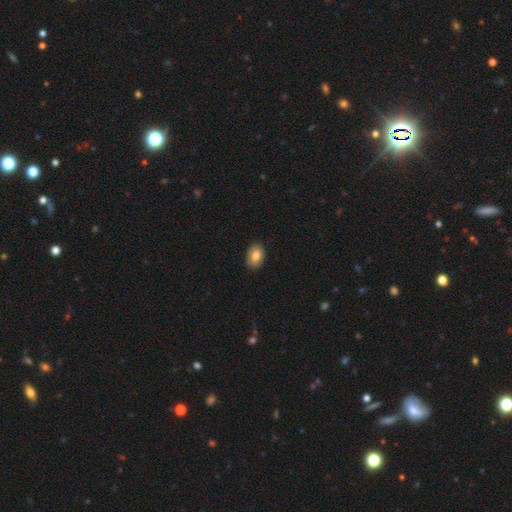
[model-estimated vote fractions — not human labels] This is clearly a smooth galaxy (80%). How rounded: clearly in between (83%). Merging: clearly none (88%).